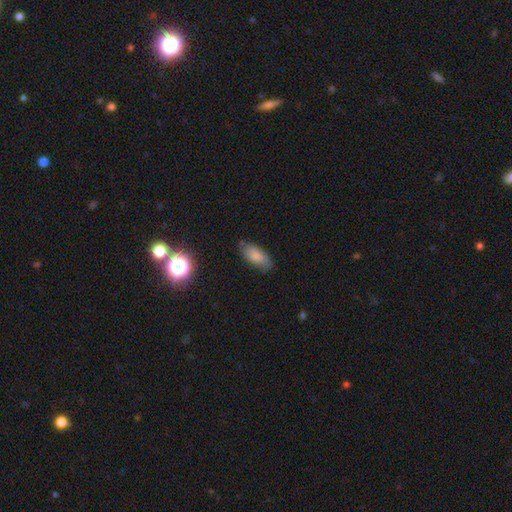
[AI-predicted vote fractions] Smooth or featured? Predicted: smooth (p=0.79). How rounded? Predicted: in between (p=0.86). Merging? Predicted: none (p=0.73).